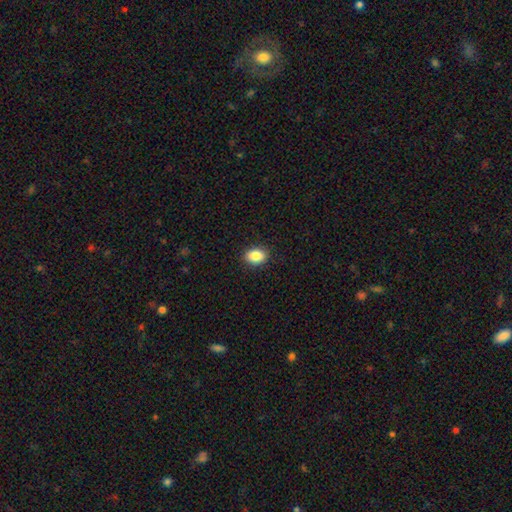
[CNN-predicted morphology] The model was most divided on "how rounded": in between: 75%, round: 24%, cigar-shaped: 1%. More confident: merging — none (90%); smooth or featured — smooth (87%).